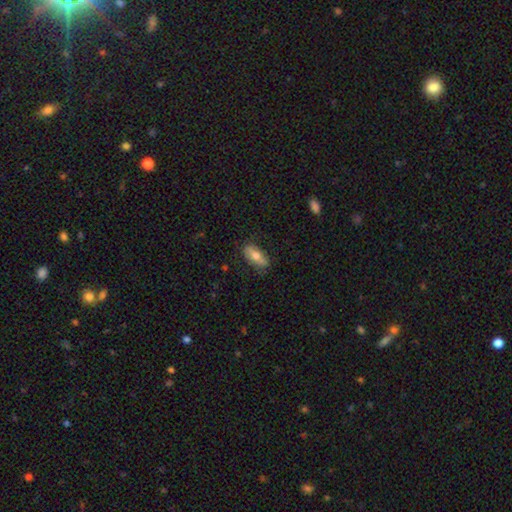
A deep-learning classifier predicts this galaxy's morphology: The model was most divided on "smooth or featured": smooth: 65%, featured or disk: 28%, star or artifact: 6%. More confident: how rounded — in between (80%); merging — none (79%).